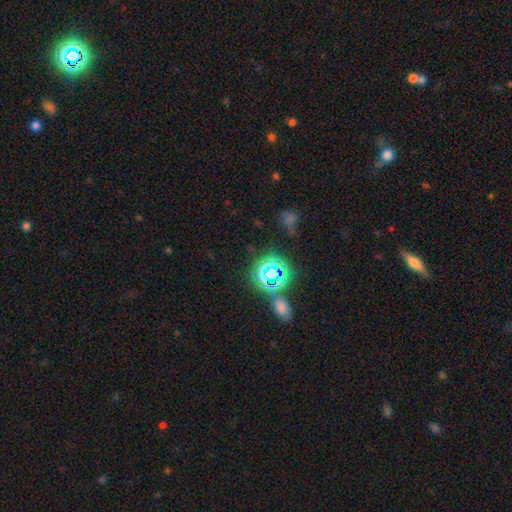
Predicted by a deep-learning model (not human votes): star or artifact 66%, smooth 25%, featured or disk 9%.